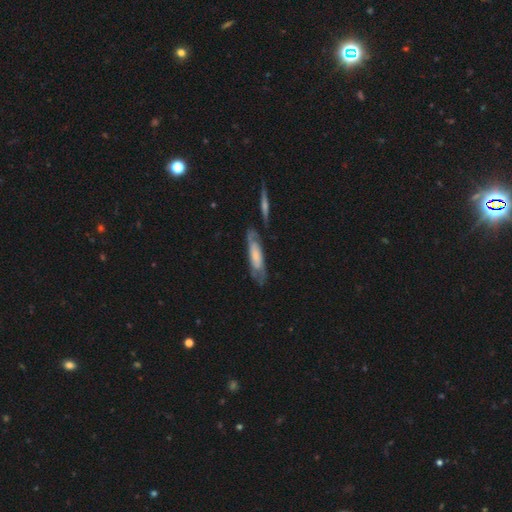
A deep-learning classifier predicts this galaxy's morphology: Q: Smooth or featured?
A: featured or disk (53%); runner-up: smooth (41%)
Q: Edge-on disk?
A: no (64%); runner-up: yes (36%)
Q: Merging?
A: none (64%); runner-up: minor disturbance (19%)